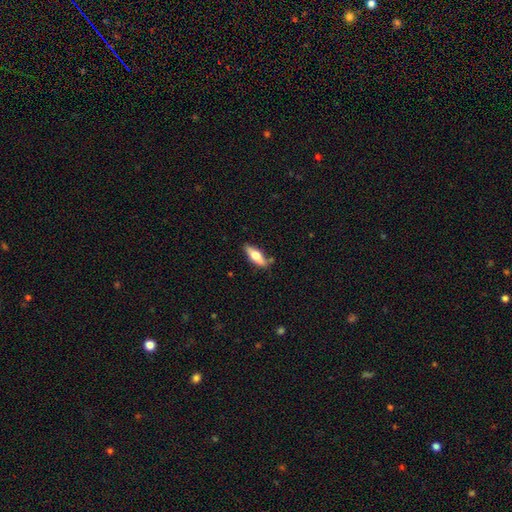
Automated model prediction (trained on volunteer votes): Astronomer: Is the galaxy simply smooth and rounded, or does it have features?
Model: smooth — 55% (runner-up: featured or disk, 39%).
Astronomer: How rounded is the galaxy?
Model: in between — 57% (runner-up: cigar-shaped, 40%).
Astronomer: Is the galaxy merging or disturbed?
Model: none — 79%.